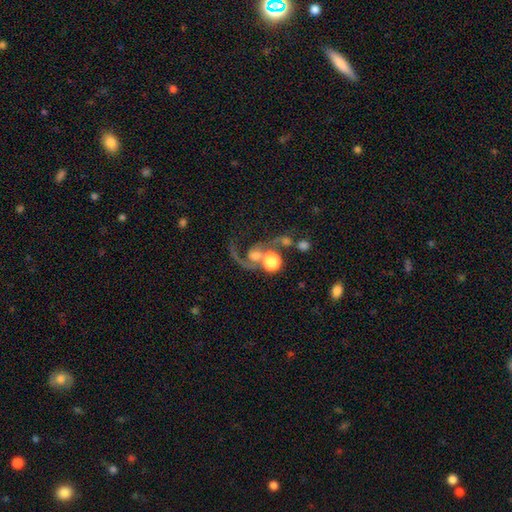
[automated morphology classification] A featured or disk galaxy (56%) with no bar (71%), spiral arms (80%) and a large central bulge (34%).

Vote fractions:
- Smooth or featured? featured or disk: 56% / smooth: 32% / star or artifact: 12%
- Edge-on disk? no: 96% / yes: 4%
- Bar? no: 71% / weak: 20% / strong: 8%
- Spiral arms? yes: 80% / no: 20%
- Bulge size? large: 34% / moderate: 27% / dominant: 18% / small: 11% / none: 9%
- Merging? merger: 49% / none: 22% / major disturbance: 21% / minor disturbance: 8%